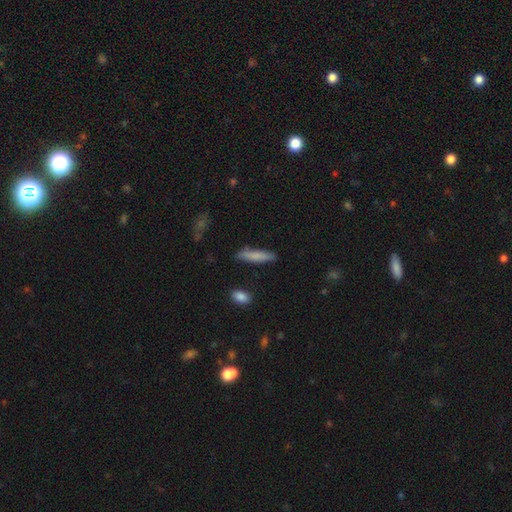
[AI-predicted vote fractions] Smooth or featured? smooth (78%)
How rounded? cigar-shaped (86%)
Merging? none (85%)